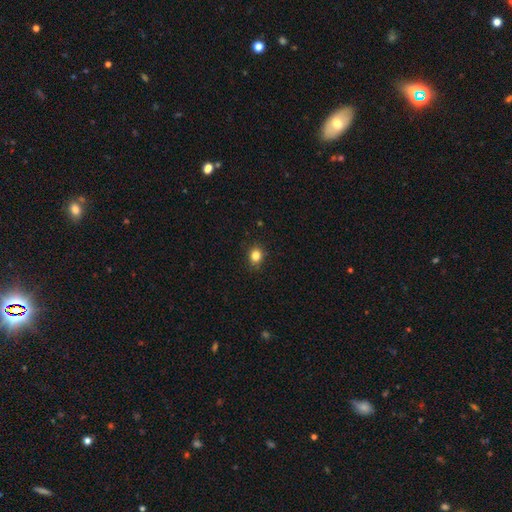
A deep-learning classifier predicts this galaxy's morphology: smooth_or_featured: smooth (p=0.83) [alt: star or artifact p=0.11]
how_rounded: round (p=0.59) [alt: in between p=0.40]
merging: none (p=0.86) [alt: minor disturbance p=0.10]